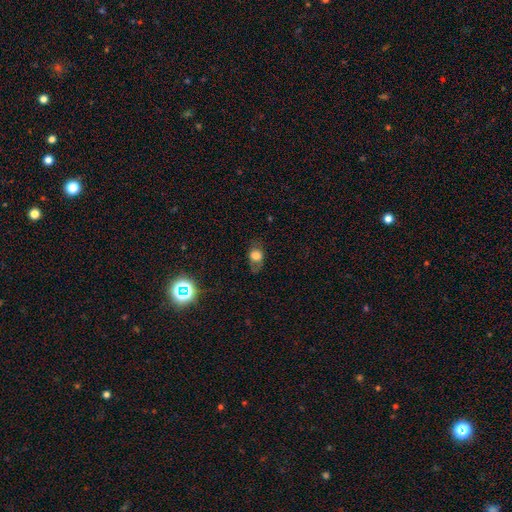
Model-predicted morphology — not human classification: Smooth or featured? smooth (70%)
How rounded? in between (58%)
Merging? none (62%)